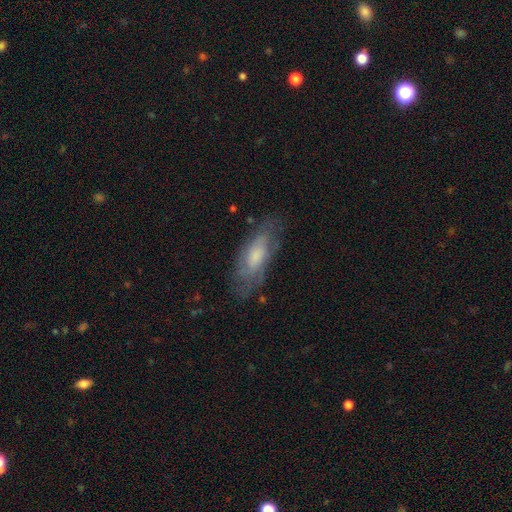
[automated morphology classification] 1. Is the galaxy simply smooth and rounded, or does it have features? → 49% smooth, 44% featured or disk, 7% star or artifact.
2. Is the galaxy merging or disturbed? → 67% none, 22% minor disturbance, 9% major disturbance, 1% merger.